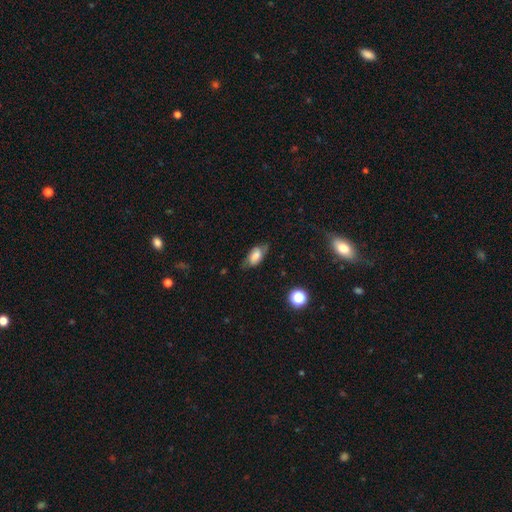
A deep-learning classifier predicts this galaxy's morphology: This is likely a smooth galaxy (67%). How rounded: clearly in between (88%). Merging: likely none (66%).